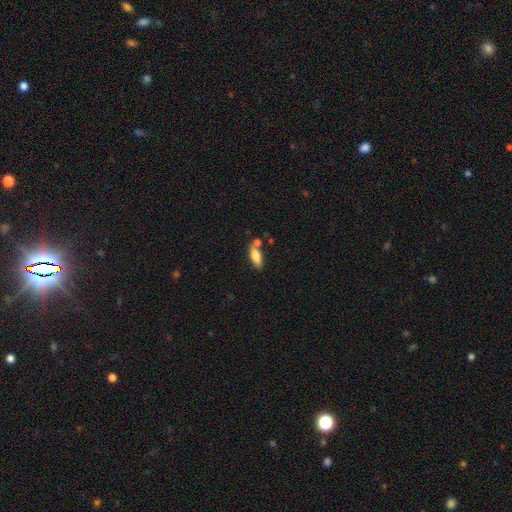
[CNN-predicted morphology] Smooth or featured?
  - smooth: 80% *
  - featured or disk: 13%
  - star or artifact: 7%
How rounded?
  - in between: 71% *
  - cigar-shaped: 26%
  - round: 2%
Merging?
  - none: 61% *
  - merger: 20%
  - minor disturbance: 16%
  - major disturbance: 4%